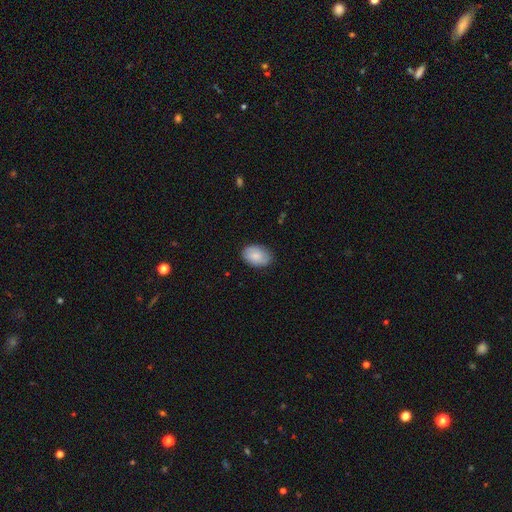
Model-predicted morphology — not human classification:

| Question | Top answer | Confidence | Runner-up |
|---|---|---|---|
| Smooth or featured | smooth | 84% | featured or disk (10%) |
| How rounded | in between | 87% | round (12%) |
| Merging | none | 83% | minor disturbance (13%) |